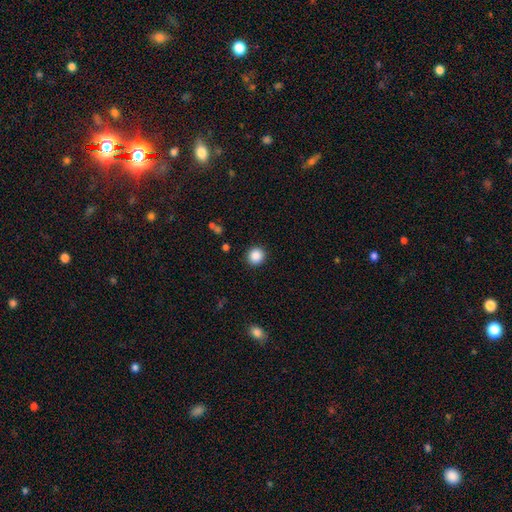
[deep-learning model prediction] smooth-or-featured: smooth: 87% | star or artifact: 10% | featured or disk: 3%
  how-rounded: round: 91% | in between: 8% | cigar-shaped: 1%
  merging: none: 91% | minor disturbance: 6% | major disturbance: 2% | merger: 1%